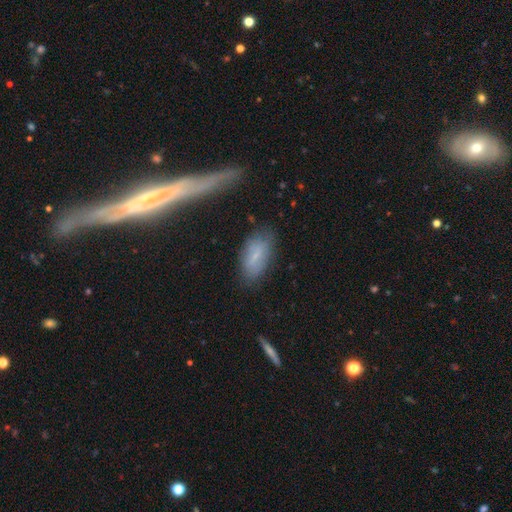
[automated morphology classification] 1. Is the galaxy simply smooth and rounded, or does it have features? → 63% smooth, 28% featured or disk, 9% star or artifact.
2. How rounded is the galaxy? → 86% in between, 11% cigar-shaped, 3% round.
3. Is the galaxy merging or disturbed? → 72% none, 19% minor disturbance, 6% major disturbance, 3% merger.